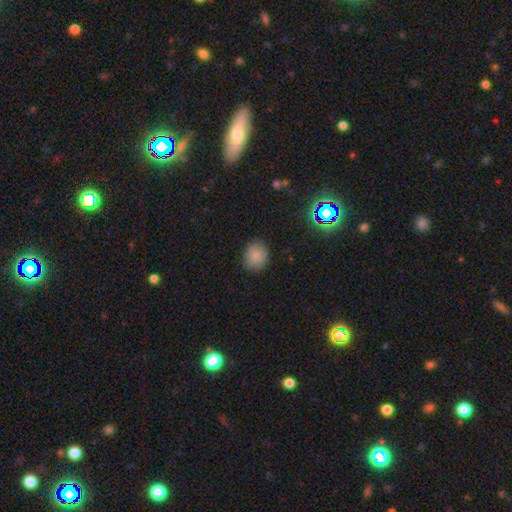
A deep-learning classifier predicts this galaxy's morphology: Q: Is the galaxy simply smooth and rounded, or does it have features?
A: smooth — 82%.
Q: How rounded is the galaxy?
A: round — 65%.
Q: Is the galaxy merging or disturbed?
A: none — 85%.